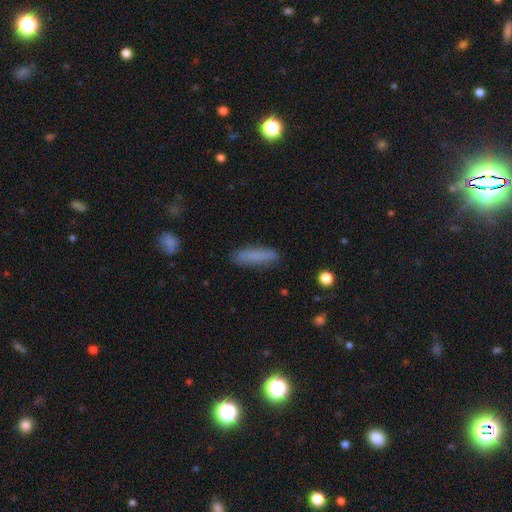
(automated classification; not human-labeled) Smooth or featured: smooth — 82% (featured or disk — 11%)
How rounded: cigar-shaped — 78% (in between — 21%)
Merging: none — 86% (minor disturbance — 10%)